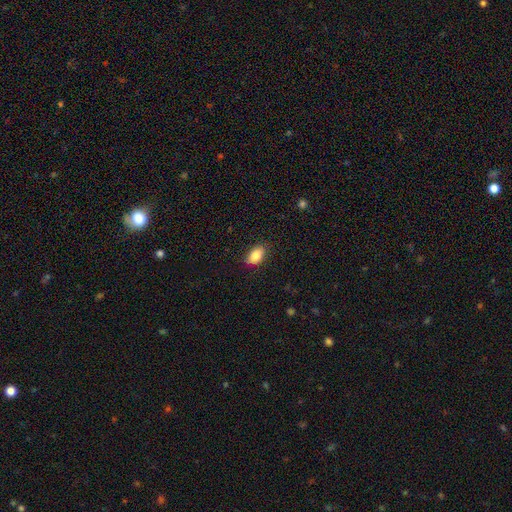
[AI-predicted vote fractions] Smooth or featured: smooth — 85% (star or artifact — 8%)
How rounded: in between — 90% (round — 8%)
Merging: none — 85% (minor disturbance — 12%)